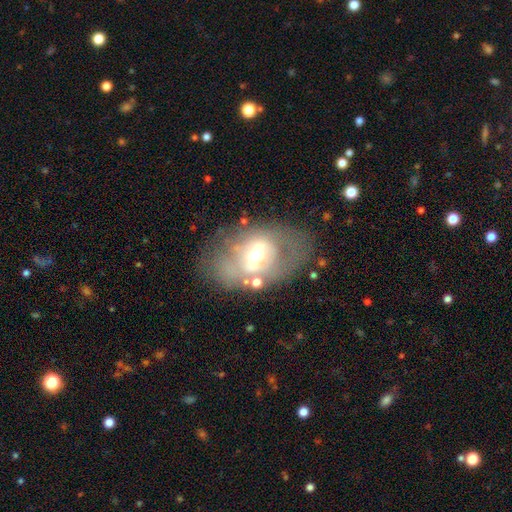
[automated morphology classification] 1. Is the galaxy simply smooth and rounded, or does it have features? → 63% featured or disk, 28% smooth, 10% star or artifact.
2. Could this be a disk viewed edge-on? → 91% no, 9% yes.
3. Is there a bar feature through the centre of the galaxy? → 39% weak, 32% strong, 29% no.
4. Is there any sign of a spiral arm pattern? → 66% no, 34% yes.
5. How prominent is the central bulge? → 65% moderate, 18% small, 13% large, 2% dominant, 1% none.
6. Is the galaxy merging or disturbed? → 59% none, 19% minor disturbance, 15% major disturbance, 7% merger.